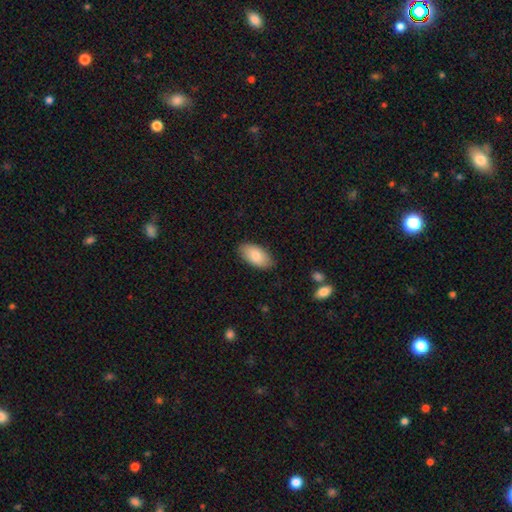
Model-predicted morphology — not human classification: Smooth or featured? smooth (84%)
How rounded? in between (94%)
Merging? none (86%)